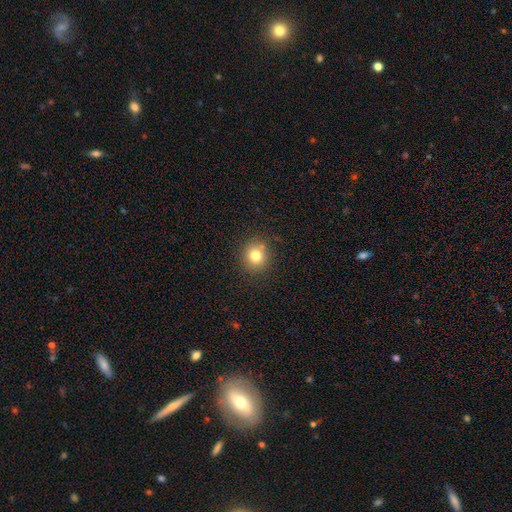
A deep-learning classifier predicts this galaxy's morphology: smooth-or-featured: smooth: 79% | star or artifact: 13% | featured or disk: 9%
  how-rounded: round: 85% | in between: 14% | cigar-shaped: 1%
  merging: none: 84% | minor disturbance: 10% | merger: 3% | major disturbance: 3%